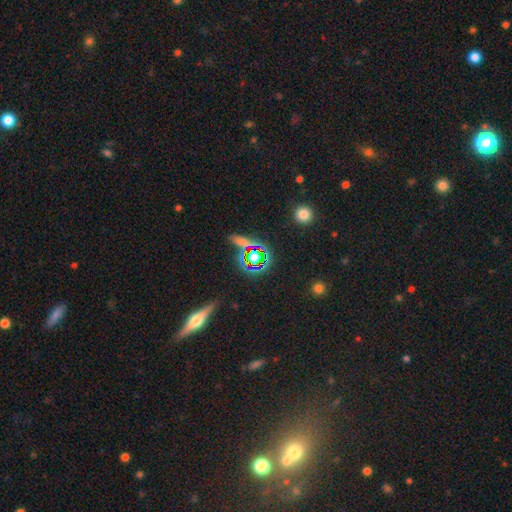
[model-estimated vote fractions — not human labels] A star or artifact, not a galaxy (58%).